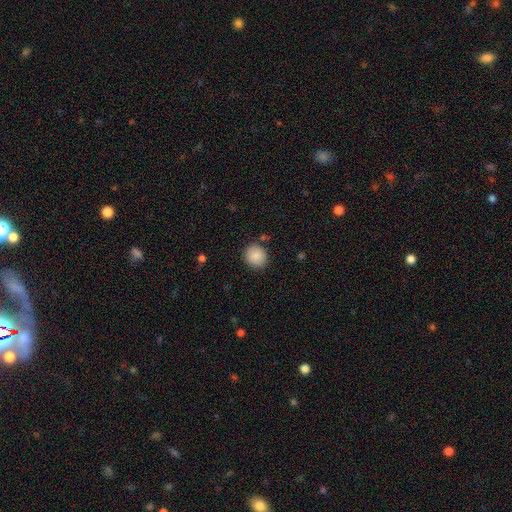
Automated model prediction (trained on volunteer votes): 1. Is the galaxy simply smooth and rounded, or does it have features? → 88% smooth, 8% star or artifact, 4% featured or disk.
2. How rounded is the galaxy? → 83% round, 16% in between, 1% cigar-shaped.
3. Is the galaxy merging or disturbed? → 87% none, 8% minor disturbance, 2% major disturbance, 2% merger.